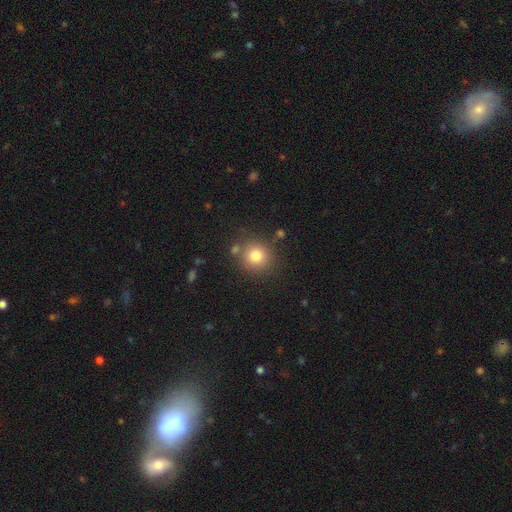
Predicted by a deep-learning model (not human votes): Smooth or featured? Predicted: smooth (p=0.78). How rounded? Predicted: round (p=0.90). Merging? Predicted: none (p=0.81).